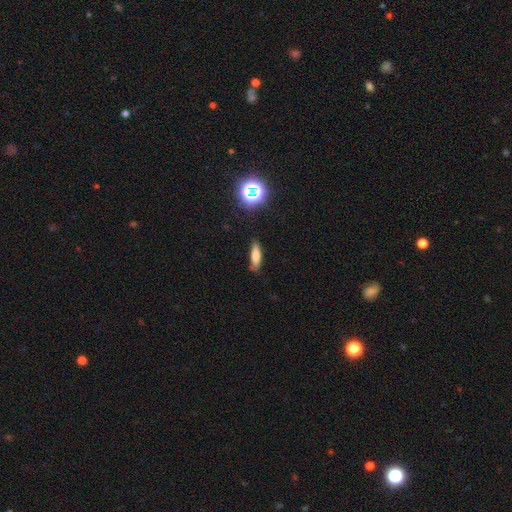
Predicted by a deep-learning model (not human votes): smooth 72%, featured or disk 16%, star or artifact 12%. Down the decision tree: how rounded — cigar-shaped (63%); merging — none (81%).